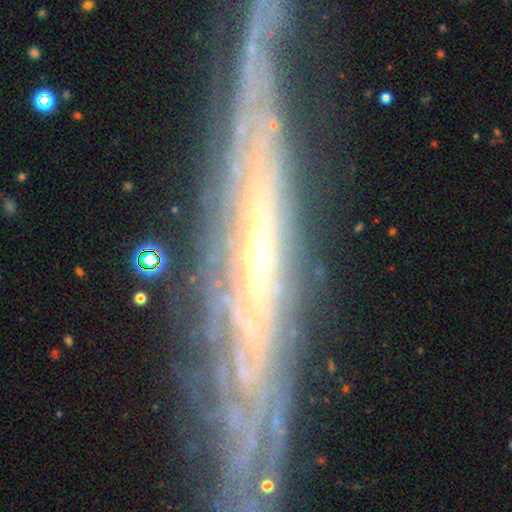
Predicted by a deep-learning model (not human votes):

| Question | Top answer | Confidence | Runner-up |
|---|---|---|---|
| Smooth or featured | featured or disk | 81% | star or artifact (10%) |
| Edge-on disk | yes | 83% | no (17%) |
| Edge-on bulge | none | 64% | rounded (30%) |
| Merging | none | 77% | minor disturbance (17%) |